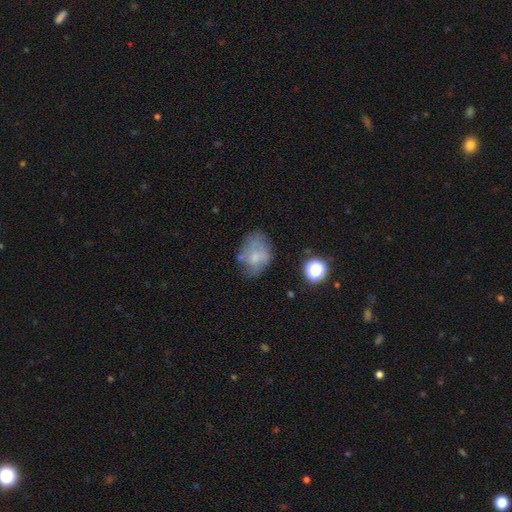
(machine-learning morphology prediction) Smooth or featured?
  - smooth: 52% *
  - featured or disk: 35%
  - star or artifact: 13%
How rounded?
  - in between: 68% *
  - round: 31%
  - cigar-shaped: 1%
Merging?
  - none: 47% *
  - minor disturbance: 28%
  - major disturbance: 19%
  - merger: 6%